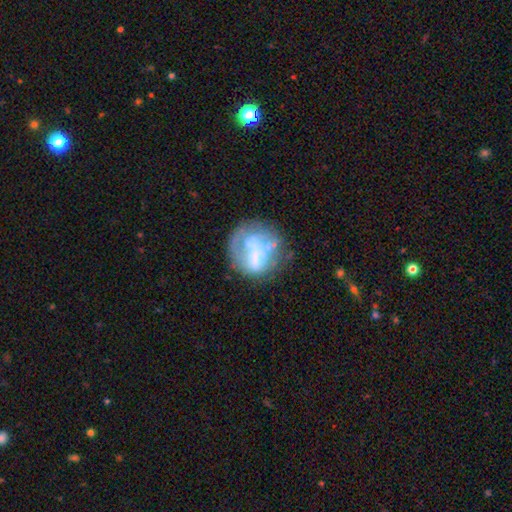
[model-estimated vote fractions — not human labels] The model was most divided on "smooth or featured": featured or disk: 54%, smooth: 35%, star or artifact: 11%. Remaining: edge-on disk — no (98%); spiral arms — no (83%); bar — no (77%); bulge size — none (53%); merging — none (46%).